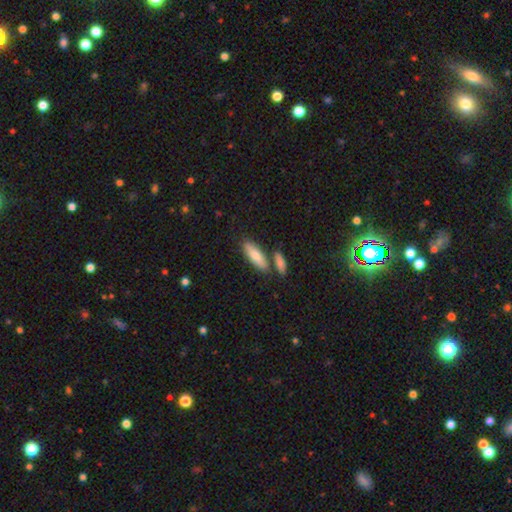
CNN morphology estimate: Smooth or featured: smooth — 78% (featured or disk — 16%)
How rounded: in between — 58% (cigar-shaped — 39%)
Merging: none — 70% (merger — 16%)